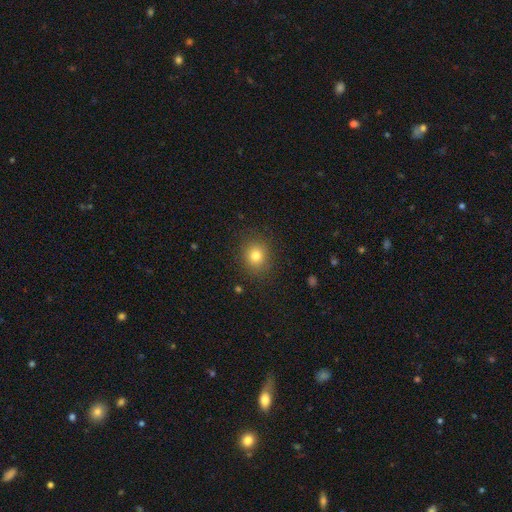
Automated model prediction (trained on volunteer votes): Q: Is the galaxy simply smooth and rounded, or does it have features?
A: smooth — 79%.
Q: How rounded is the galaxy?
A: round — 81%.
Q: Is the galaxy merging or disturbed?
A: none — 86%.